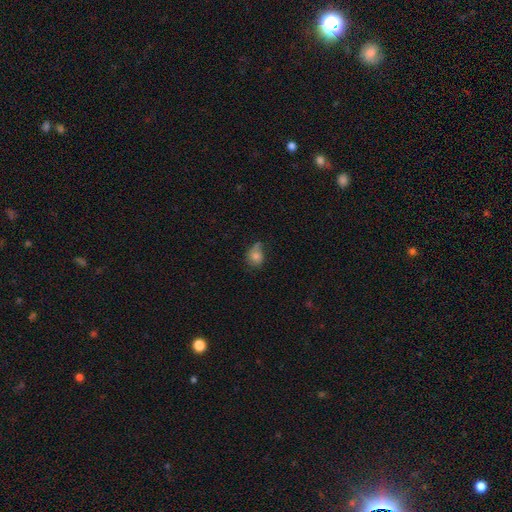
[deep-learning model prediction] Smooth or featured: smooth — 73% (featured or disk — 17%)
How rounded: round — 51% (in between — 48%)
Merging: none — 41% (minor disturbance — 38%)